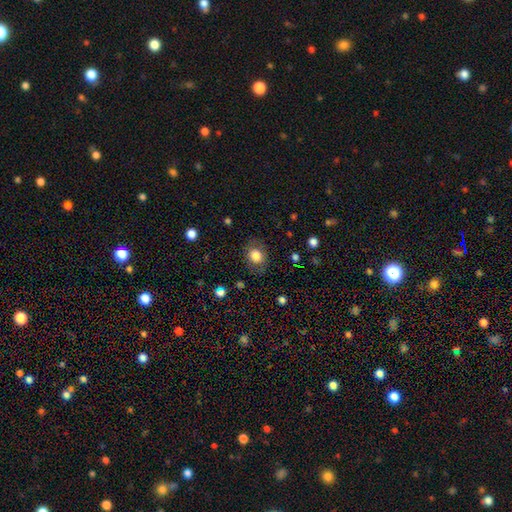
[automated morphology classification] Smooth or featured: smooth — 80% (featured or disk — 10%)
How rounded: round — 57% (in between — 42%)
Merging: none — 79% (minor disturbance — 14%)